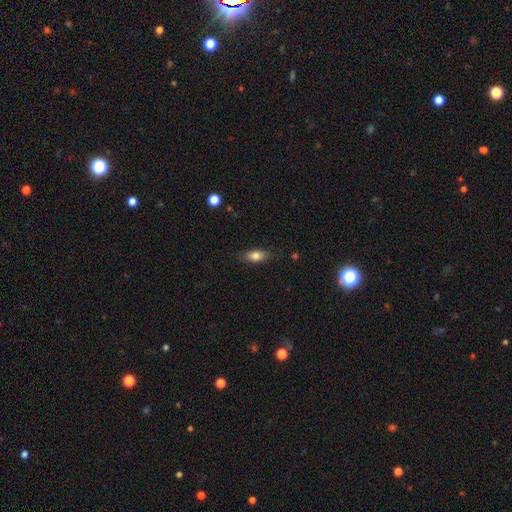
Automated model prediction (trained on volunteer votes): Smooth or featured?
  - smooth: 80% *
  - featured or disk: 12%
  - star or artifact: 8%
How rounded?
  - in between: 82% *
  - cigar-shaped: 12%
  - round: 6%
Merging?
  - none: 83% *
  - minor disturbance: 13%
  - major disturbance: 3%
  - merger: 1%